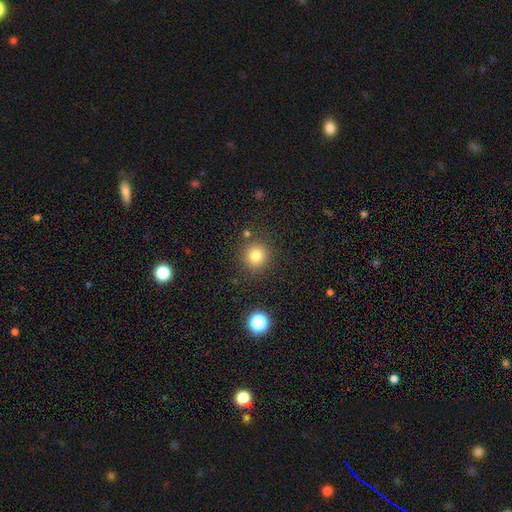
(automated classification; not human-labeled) Smooth or featured? Predicted: smooth (p=0.79). How rounded? Predicted: round (p=0.94). Merging? Predicted: none (p=0.86).